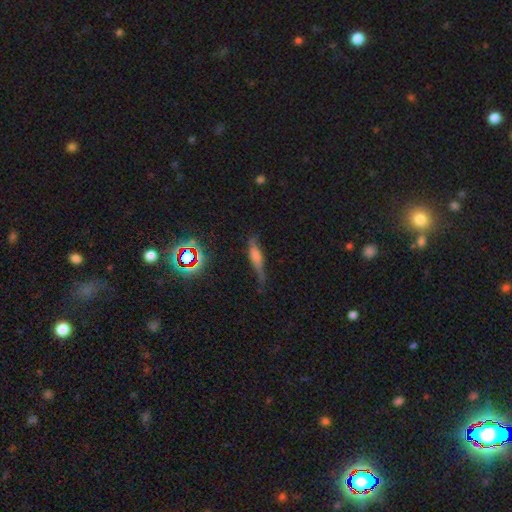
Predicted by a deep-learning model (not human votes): This appears to be a smooth galaxy with no disk features (46%). Merging: none (55%).